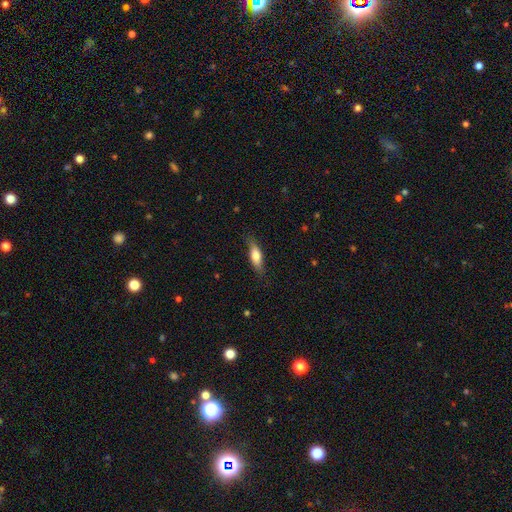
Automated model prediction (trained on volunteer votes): Q: Smooth or featured?
A: smooth (70%); runner-up: featured or disk (24%)
Q: How rounded?
A: in between (57%); runner-up: cigar-shaped (40%)
Q: Merging?
A: none (74%); runner-up: minor disturbance (20%)